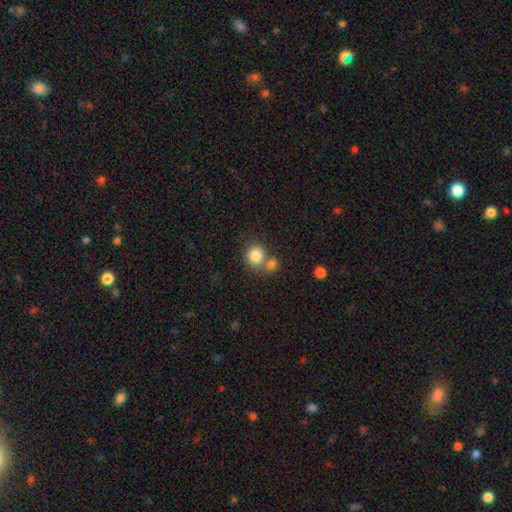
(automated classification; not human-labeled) smooth 83%, star or artifact 10%, featured or disk 7%. Down the decision tree: how rounded — round (86%); merging — none (54%).